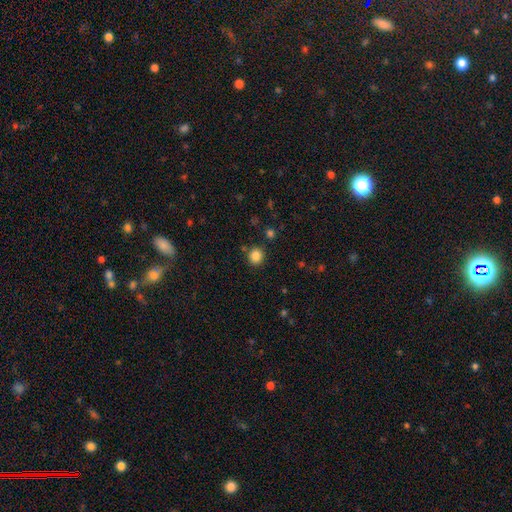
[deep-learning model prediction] smooth 85%, star or artifact 11%, featured or disk 4%. Down the decision tree: how rounded — round (87%); merging — none (87%).